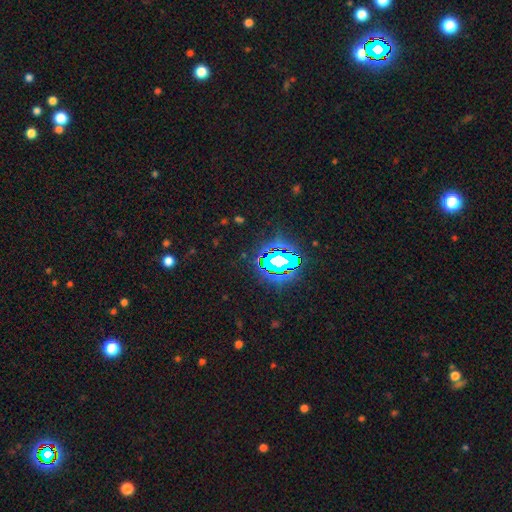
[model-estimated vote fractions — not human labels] Smooth or featured? Predicted: star or artifact (p=0.84).